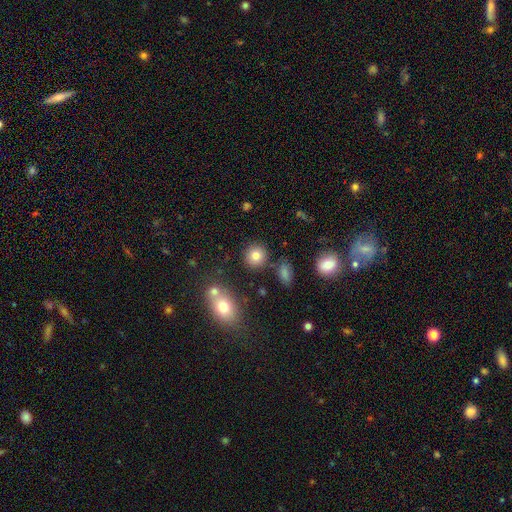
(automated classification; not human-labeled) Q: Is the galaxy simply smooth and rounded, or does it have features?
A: smooth — 80%.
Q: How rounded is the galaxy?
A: round — 88%.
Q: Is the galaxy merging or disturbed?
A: none — 85%.